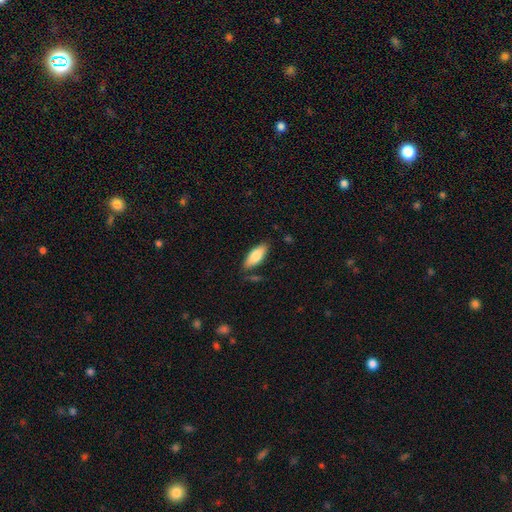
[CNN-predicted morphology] smooth_or_featured: smooth (p=0.80) [alt: featured or disk p=0.14]
how_rounded: in between (p=0.76) [alt: cigar-shaped p=0.22]
merging: none (p=0.78) [alt: minor disturbance p=0.15]